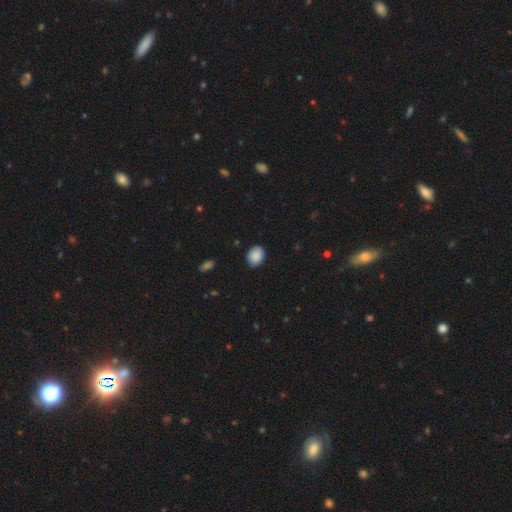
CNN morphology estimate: Smooth or featured? smooth (89%)
How rounded? in between (56%)
Merging? none (86%)